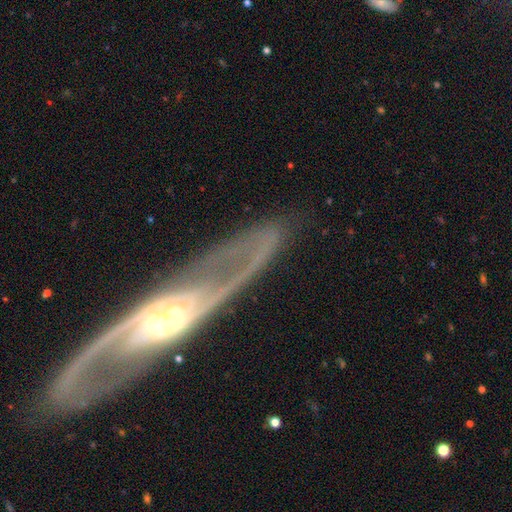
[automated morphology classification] smooth_or_featured: featured or disk (p=0.89) [alt: smooth p=0.06]
disk_edge_on: no (p=0.80) [alt: yes p=0.20]
bar: no (p=0.39) [alt: weak p=0.34]
has_spiral_arms: yes (p=0.95) [alt: no p=0.05]
spiral_winding: medium (p=0.51) [alt: loose p=0.29]
spiral_arm_count: 2 (p=0.92) [alt: can't tell p=0.03]
bulge_size: moderate (p=0.47) [alt: small p=0.25]
merging: none (p=0.84) [alt: minor disturbance p=0.10]